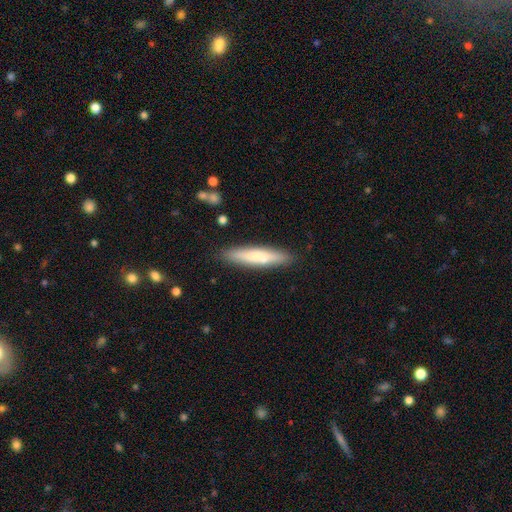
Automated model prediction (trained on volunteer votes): Smooth or featured? smooth (68%)
How rounded? cigar-shaped (87%)
Merging? none (87%)